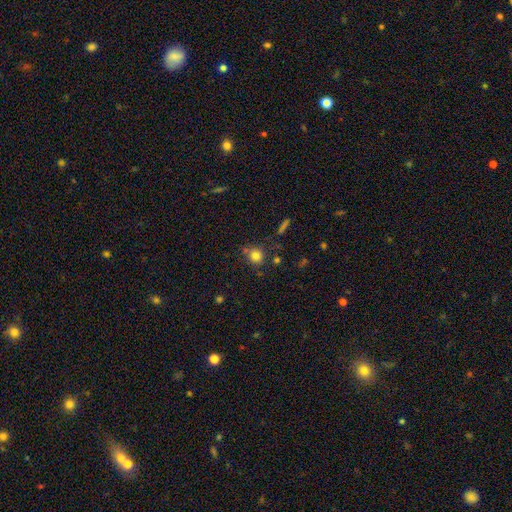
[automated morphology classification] The model was most divided on "merging": none: 70%, minor disturbance: 14%, merger: 11%, major disturbance: 5%. More confident: how rounded — round (86%); smooth or featured — smooth (79%).